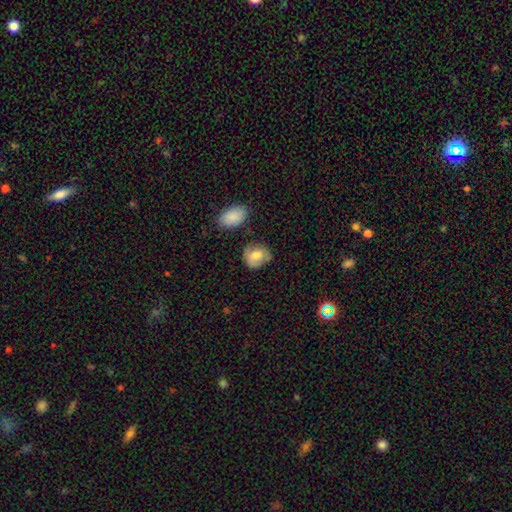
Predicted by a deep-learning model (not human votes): A smooth galaxy with no disk features (73%) that is round (62%).

Vote fractions:
- Smooth or featured? smooth: 73% / featured or disk: 20% / star or artifact: 7%
- How rounded? round: 62% / in between: 37% / cigar-shaped: 1%
- Merging? none: 60% / minor disturbance: 28% / major disturbance: 8% / merger: 4%